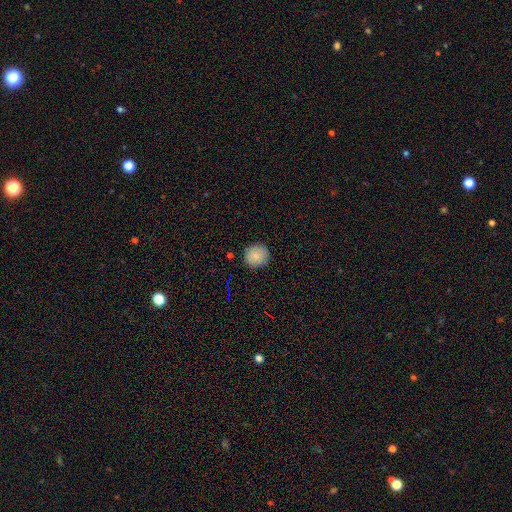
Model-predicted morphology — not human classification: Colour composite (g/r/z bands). It shows a smooth galaxy with no disk features (85%) that is round (90%). Merging: none (88%).